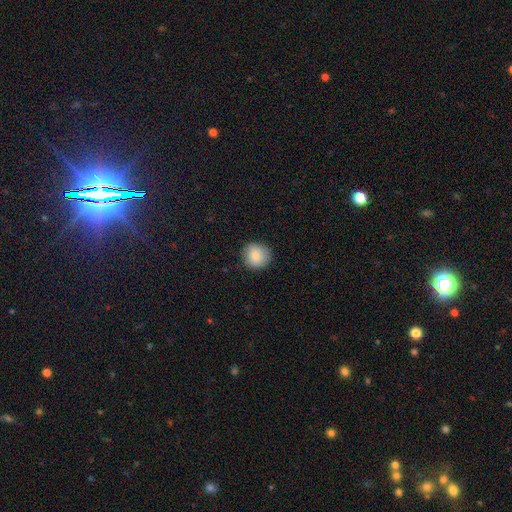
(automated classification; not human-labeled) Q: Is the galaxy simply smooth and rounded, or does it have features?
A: smooth — 86%.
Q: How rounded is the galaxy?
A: round — 90%.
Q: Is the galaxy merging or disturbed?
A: none — 86%.